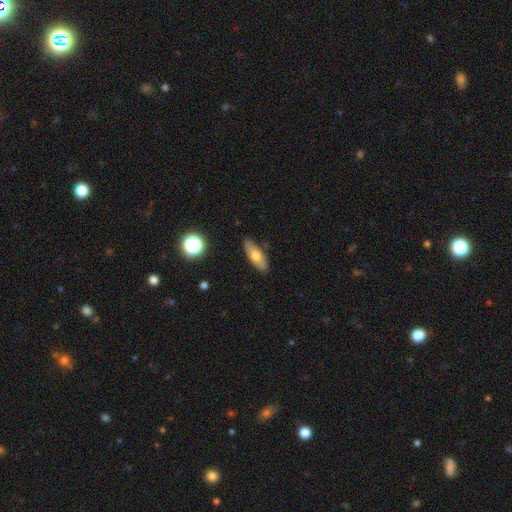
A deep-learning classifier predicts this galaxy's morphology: This appears to be a smooth galaxy with no disk features (67%) that is in between round and cigar-shaped (64%). Merging: none (86%).